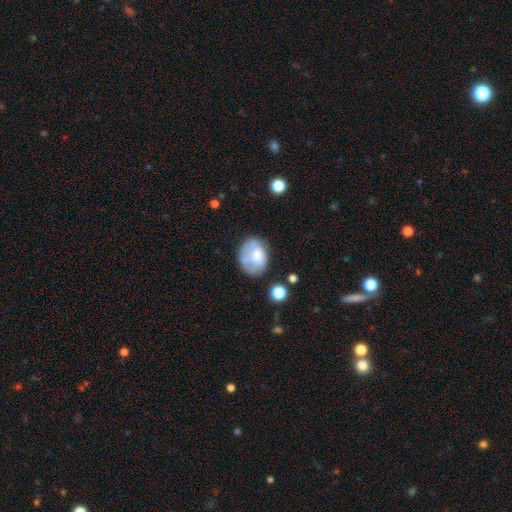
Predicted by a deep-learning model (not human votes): Smooth or featured? smooth (62%)
How rounded? in between (68%)
Merging? none (49%)